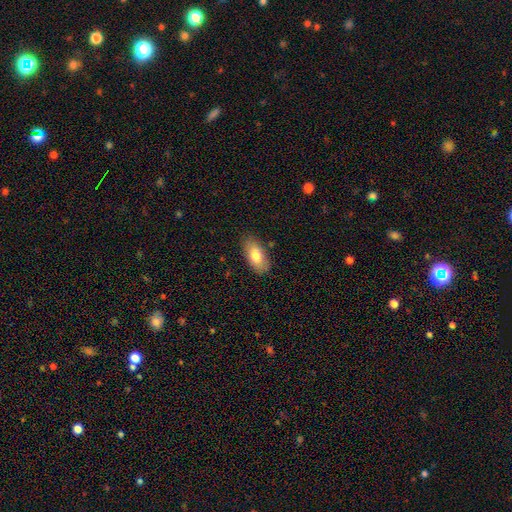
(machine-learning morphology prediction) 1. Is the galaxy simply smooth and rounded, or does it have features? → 77% smooth, 16% featured or disk, 7% star or artifact.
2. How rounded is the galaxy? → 91% in between, 6% cigar-shaped, 3% round.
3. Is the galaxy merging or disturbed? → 82% none, 14% minor disturbance, 3% major disturbance, 1% merger.